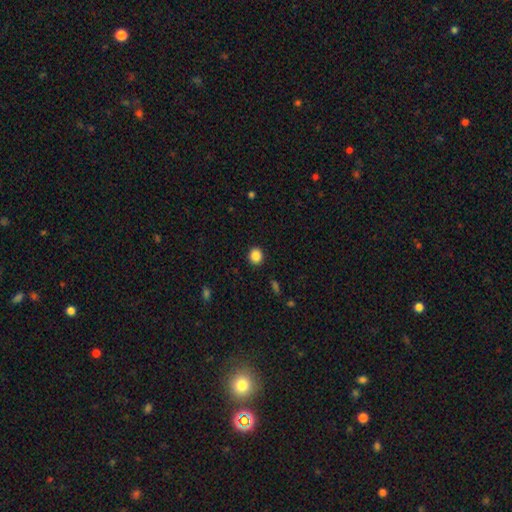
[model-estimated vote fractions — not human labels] The model was most divided on "how rounded": round: 77%, in between: 22%, cigar-shaped: 1%. More confident: merging — none (91%); smooth or featured — smooth (87%).